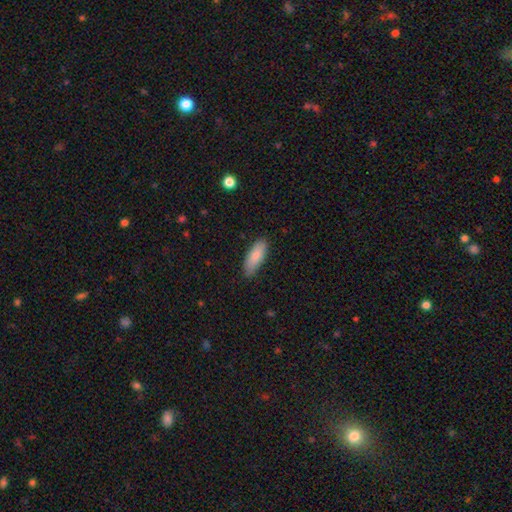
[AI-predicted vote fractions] Morphology: type=smooth (84%); roundness=in between (71%); merging=none (81%).